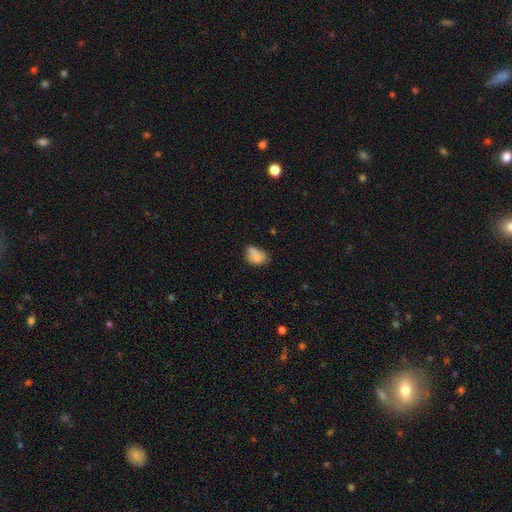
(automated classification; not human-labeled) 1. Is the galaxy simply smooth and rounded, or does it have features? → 74% smooth, 16% featured or disk, 10% star or artifact.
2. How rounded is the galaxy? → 78% in between, 20% round, 2% cigar-shaped.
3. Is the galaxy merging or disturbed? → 38% none, 27% minor disturbance, 23% merger, 11% major disturbance.